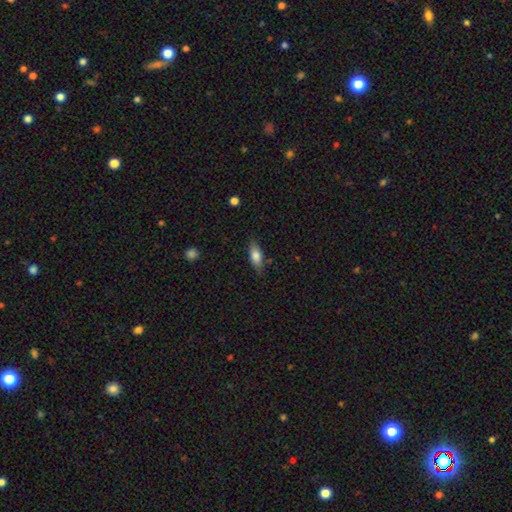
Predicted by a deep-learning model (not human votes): smooth 75%, featured or disk 18%, star or artifact 7%. Down the decision tree: how rounded — in between (74%); merging — none (79%).